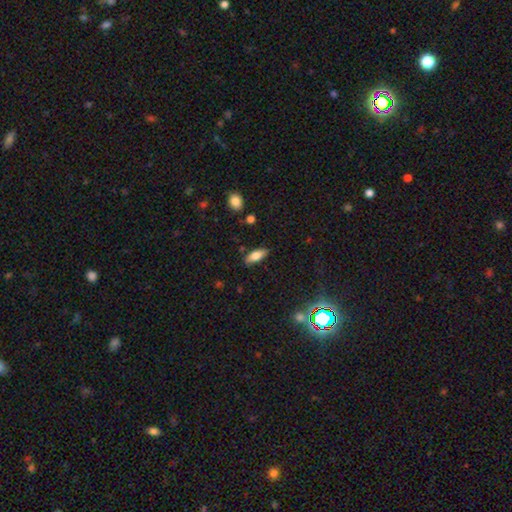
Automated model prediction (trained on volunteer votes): Smooth or featured: smooth — 75% (featured or disk — 17%)
How rounded: in between — 78% (cigar-shaped — 20%)
Merging: none — 83% (minor disturbance — 13%)